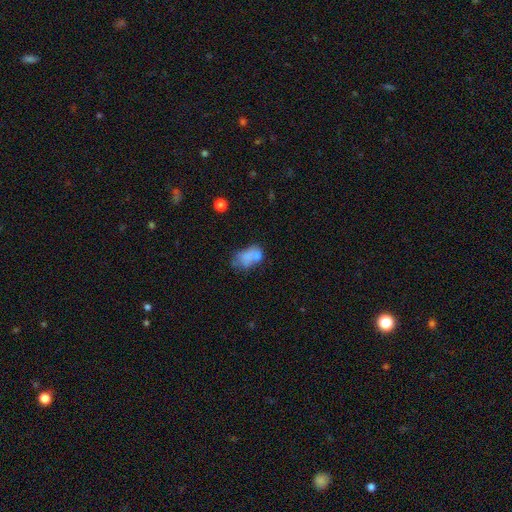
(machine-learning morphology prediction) Overall: smooth (66%). How rounded: in between (78%). Merging: merger (35%; none 26%).